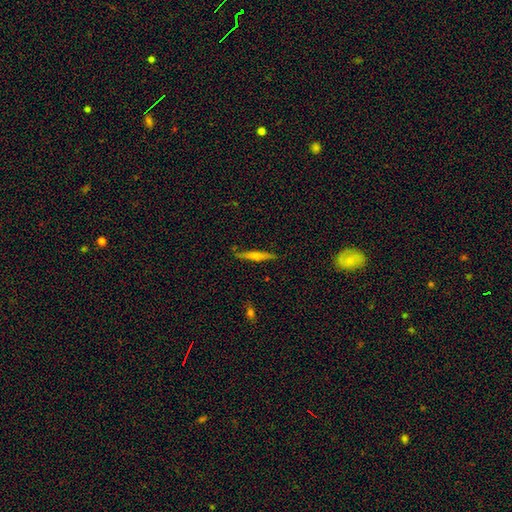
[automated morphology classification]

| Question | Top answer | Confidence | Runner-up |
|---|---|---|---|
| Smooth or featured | smooth | 53% | featured or disk (40%) |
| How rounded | cigar-shaped | 93% | in between (6%) |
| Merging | none | 86% | minor disturbance (10%) |